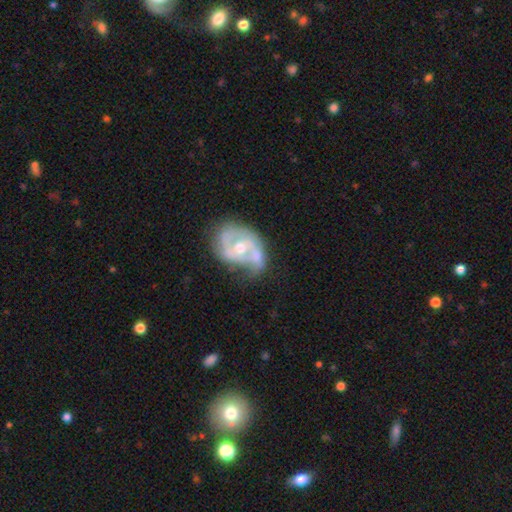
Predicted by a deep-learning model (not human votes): Morphology: type=featured or disk (76%); edge-on=no (97%); bar=no (61%); spiral arms=yes (76%); winding=medium (43%); arm count=2 (66%); bulge=moderate (69%); merging=none (43%).